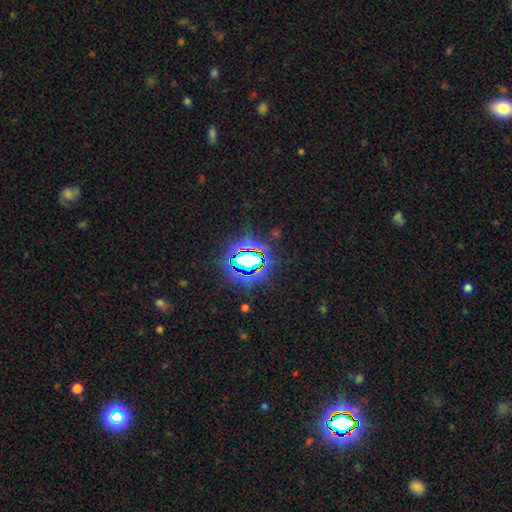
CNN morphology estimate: Q: Smooth or featured?
A: star or artifact (77%); runner-up: smooth (14%)